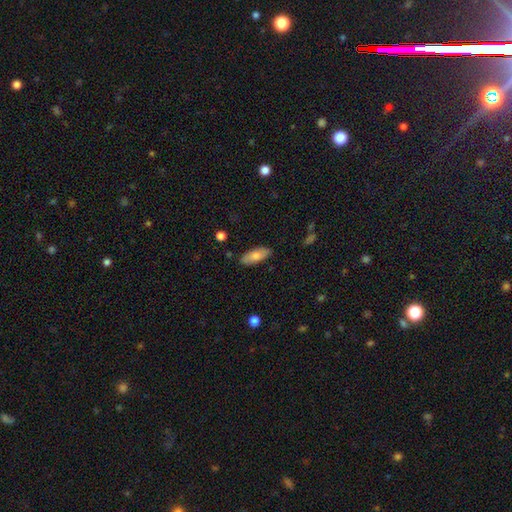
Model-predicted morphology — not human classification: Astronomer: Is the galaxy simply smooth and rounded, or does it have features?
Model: smooth — 73%.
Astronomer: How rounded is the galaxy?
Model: in between — 80%.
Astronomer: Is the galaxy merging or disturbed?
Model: none — 86%.